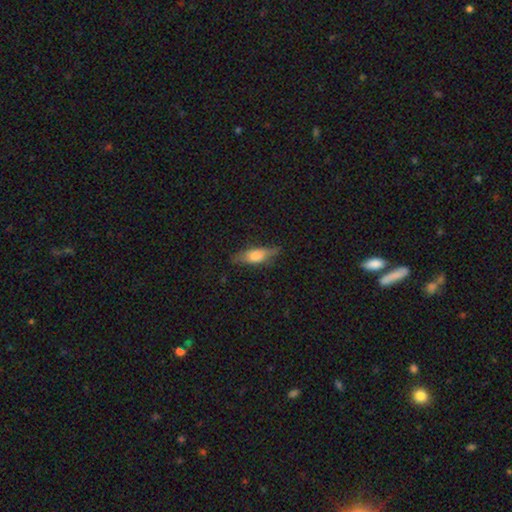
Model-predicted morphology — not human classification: smooth 61%, featured or disk 32%, star or artifact 7%. Down the decision tree: how rounded — in between (55%); merging — none (75%).